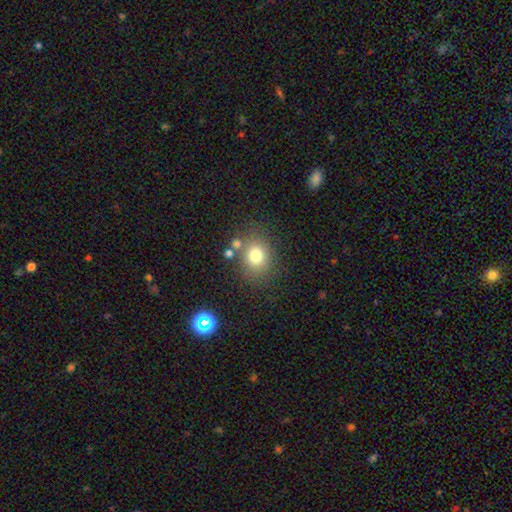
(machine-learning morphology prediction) smooth_or_featured: smooth (p=0.77) [alt: star or artifact p=0.13]
how_rounded: round (p=0.66) [alt: in between p=0.33]
merging: none (p=0.72) [alt: minor disturbance p=0.13]